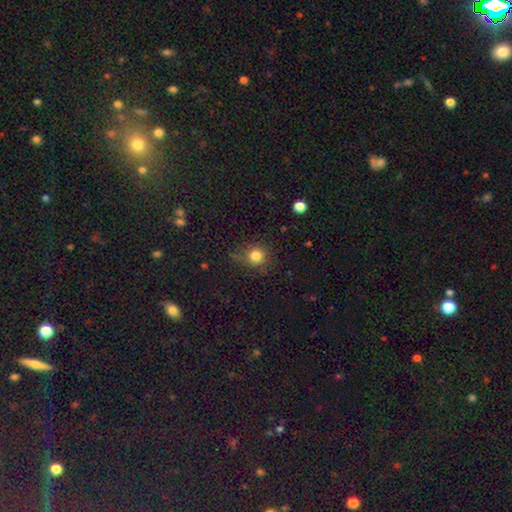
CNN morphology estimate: type=smooth (81%); roundness=round (92%); merging=none (80%).